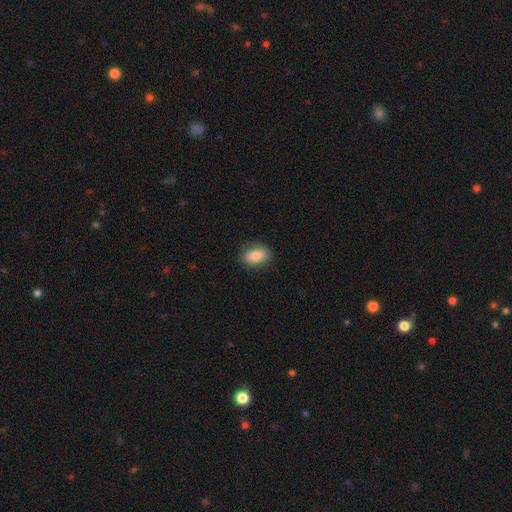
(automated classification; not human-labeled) Overall: smooth (83%). How rounded: in between (86%). Merging: none (84%).